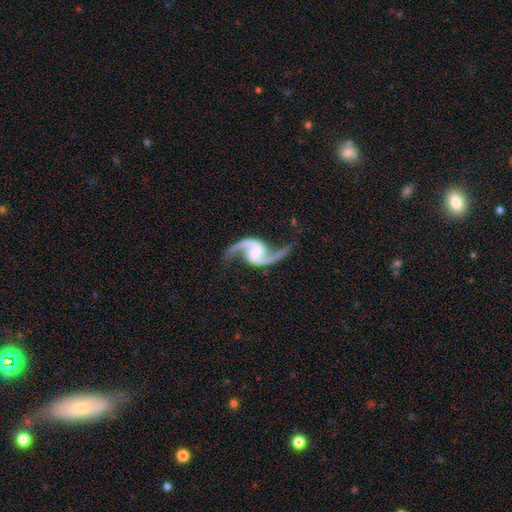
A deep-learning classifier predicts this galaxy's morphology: This is clearly a featured or disk galaxy (94%). It is clearly not viewed edge-on (98%). Bar: possibly no (47%). Spiral arm pattern: clearly yes (99%). Spiral arm count: clearly 2 (95%). Spiral winding: likely loose (65%). Central bulge: possibly none (55%). Merging: likely none (80%).